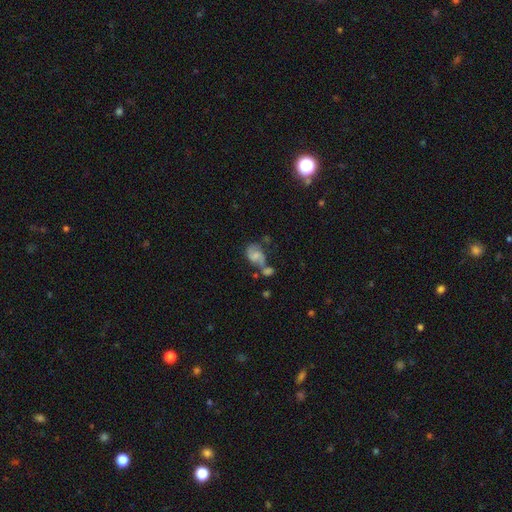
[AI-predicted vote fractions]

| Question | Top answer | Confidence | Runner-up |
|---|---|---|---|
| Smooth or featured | featured or disk | 60% | smooth (30%) |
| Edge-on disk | no | 97% | yes (3%) |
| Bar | no | 53% | weak (38%) |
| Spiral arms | yes | 85% | no (15%) |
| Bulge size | small | 45% | moderate (32%) |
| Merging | merger | 36% | none (32%) |